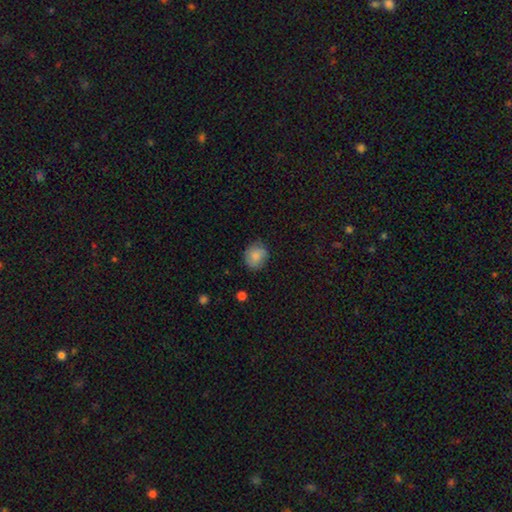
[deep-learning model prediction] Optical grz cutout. It shows a smooth galaxy with no disk features (82%) that is round (71%). Merging: none (75%).